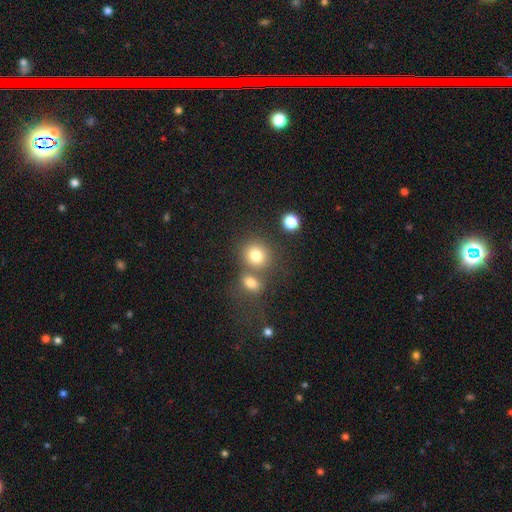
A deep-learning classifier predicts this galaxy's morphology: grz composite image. It shows a smooth galaxy with no disk features (78%) that is round (79%). Merging: none (55%).